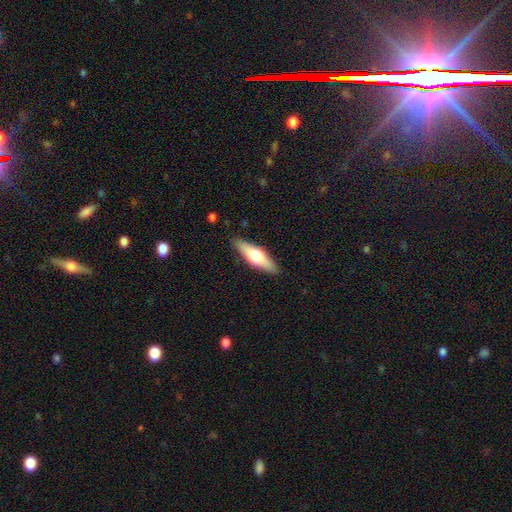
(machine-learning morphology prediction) smooth 49%, featured or disk 45%, star or artifact 6%. Down the decision tree: merging — none (88%).